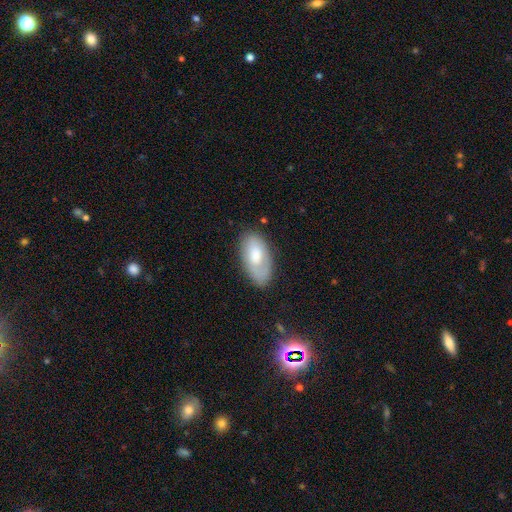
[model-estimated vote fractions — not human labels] A smooth galaxy with no disk features (68%) that is in between round and cigar-shaped (94%). Merging: none (70%).